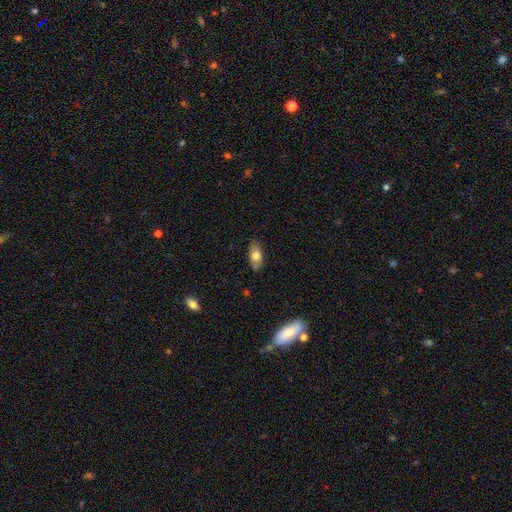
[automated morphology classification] A smooth galaxy with no disk features (69%) that is in between round and cigar-shaped (86%). Merging: none (82%).